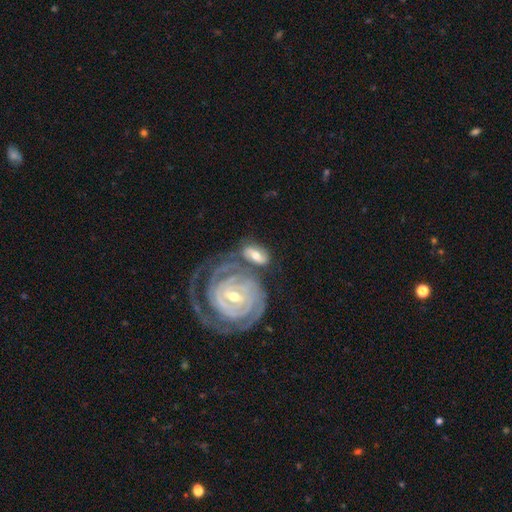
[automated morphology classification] A featured or disk galaxy (65%) with a weak bar (38%), 2 (36%) tight (71%) spiral arms (89%) and a moderate central bulge (66%).

Vote fractions:
- Smooth or featured? featured or disk: 65% / smooth: 29% / star or artifact: 6%
- Edge-on disk? no: 92% / yes: 8%
- Bar? weak: 38% / strong: 34% / no: 27%
- Spiral arms? yes: 89% / no: 11%
- Spiral winding? tight: 71% / medium: 22% / loose: 6%
- Spiral arm count? 2: 36% / can't tell: 27% / 3: 19% / 4: 9% / 1: 4% / more than 4: 4%
- Bulge size? moderate: 66% / small: 24% / large: 8% / none: 1% / dominant: 1%
- Merging? none: 50% / merger: 25% / minor disturbance: 17% / major disturbance: 8%